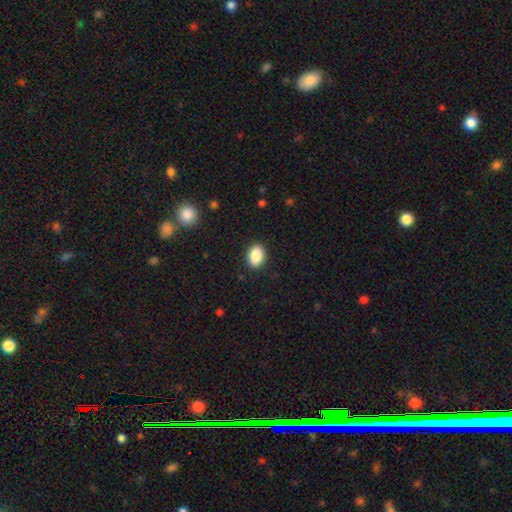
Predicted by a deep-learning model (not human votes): The model was most divided on "how rounded": in between: 82%, round: 17%, cigar-shaped: 1%. More confident: merging — none (89%); smooth or featured — smooth (87%).